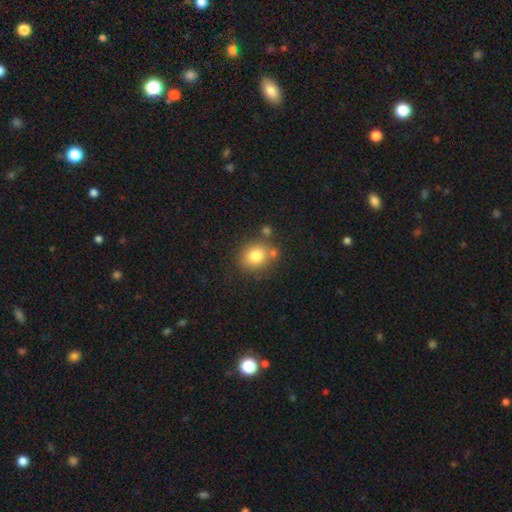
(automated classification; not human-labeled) Smooth or featured: smooth — 80% (star or artifact — 10%)
How rounded: round — 70% (in between — 29%)
Merging: none — 70% (minor disturbance — 14%)